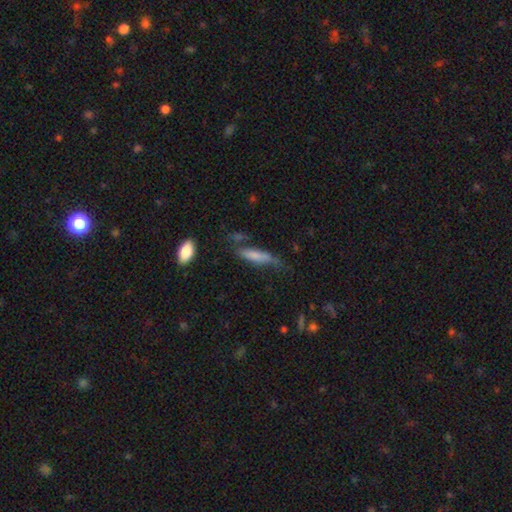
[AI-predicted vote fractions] Smooth or featured? smooth (70%)
How rounded? cigar-shaped (71%)
Merging? none (45%)